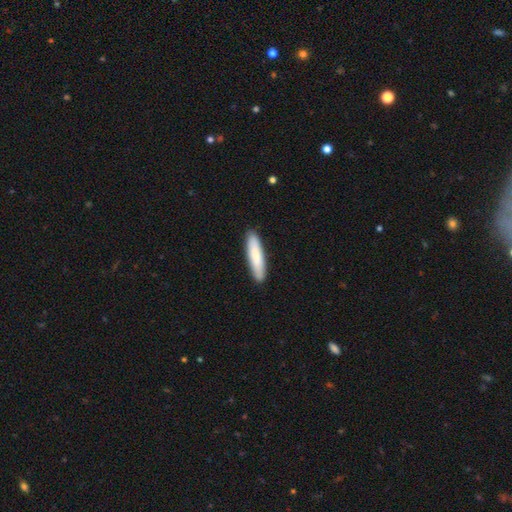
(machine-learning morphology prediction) smooth-or-featured: smooth: 79% | featured or disk: 16% | star or artifact: 5%
  how-rounded: cigar-shaped: 81% | in between: 18% | round: 1%
  merging: none: 90% | minor disturbance: 7% | major disturbance: 1% | merger: 1%